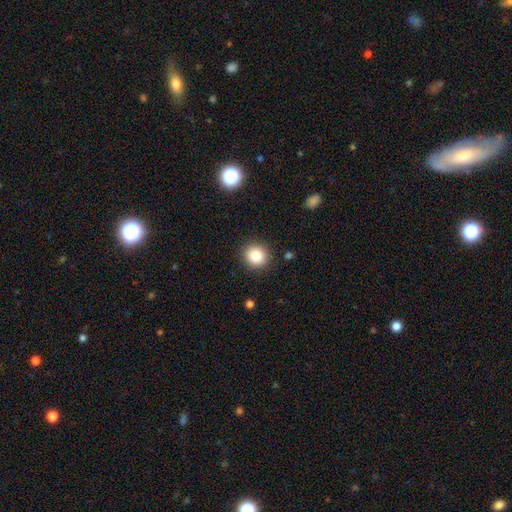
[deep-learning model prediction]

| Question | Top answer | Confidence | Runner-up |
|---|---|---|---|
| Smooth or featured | smooth | 85% | star or artifact (10%) |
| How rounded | round | 90% | in between (9%) |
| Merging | none | 90% | minor disturbance (7%) |